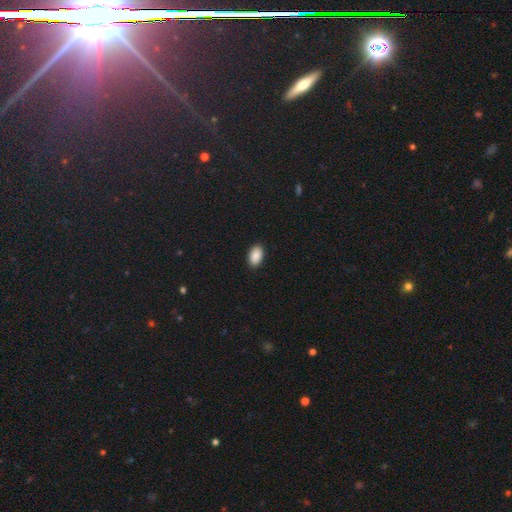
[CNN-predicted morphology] A smooth galaxy with no disk features (90%) that is in between round and cigar-shaped (93%).

Vote fractions:
- Smooth or featured? smooth: 90% / star or artifact: 7% / featured or disk: 3%
- How rounded? in between: 93% / round: 5% / cigar-shaped: 1%
- Merging? none: 90% / minor disturbance: 7% / major disturbance: 2% / merger: 1%